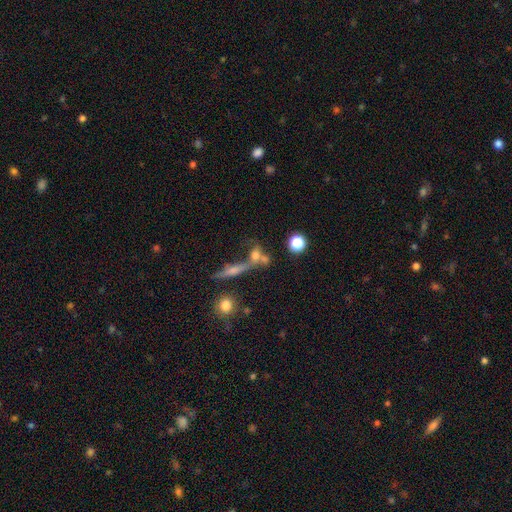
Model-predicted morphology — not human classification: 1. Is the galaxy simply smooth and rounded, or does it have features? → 44% smooth, 29% star or artifact, 27% featured or disk.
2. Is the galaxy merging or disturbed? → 47% none, 34% merger, 10% minor disturbance, 9% major disturbance.